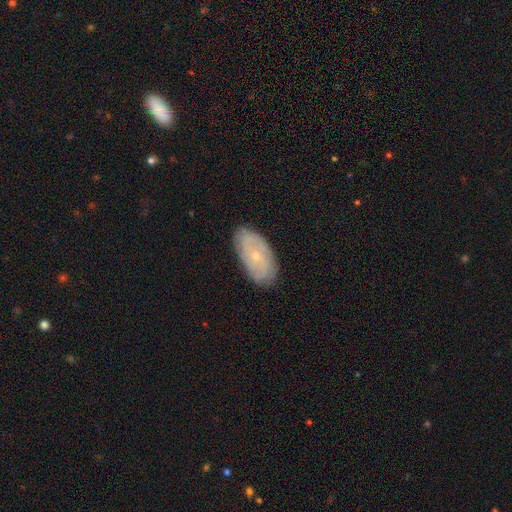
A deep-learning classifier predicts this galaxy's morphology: This is likely a featured or disk galaxy (60%). It is clearly not viewed edge-on (92%). Bar: likely no (79%). Spiral arm pattern: likely yes (78%). Central bulge: clearly small (80%). Merging: clearly none (83%).